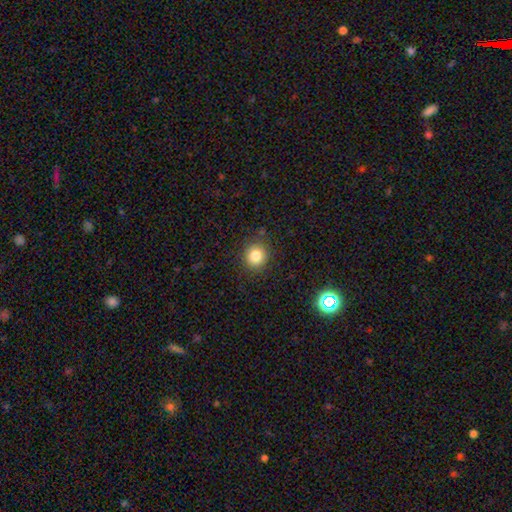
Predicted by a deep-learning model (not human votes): This is clearly a smooth galaxy (83%). How rounded: clearly round (87%). Merging: clearly none (88%).